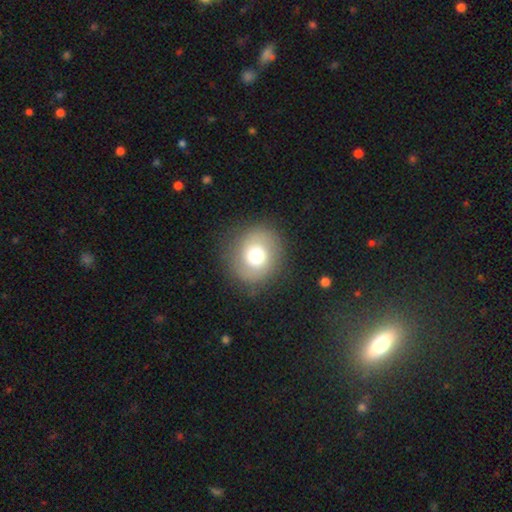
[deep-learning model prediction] Smooth or featured: smooth — 63% (featured or disk — 27%)
How rounded: round — 84% (in between — 15%)
Merging: none — 84% (minor disturbance — 10%)